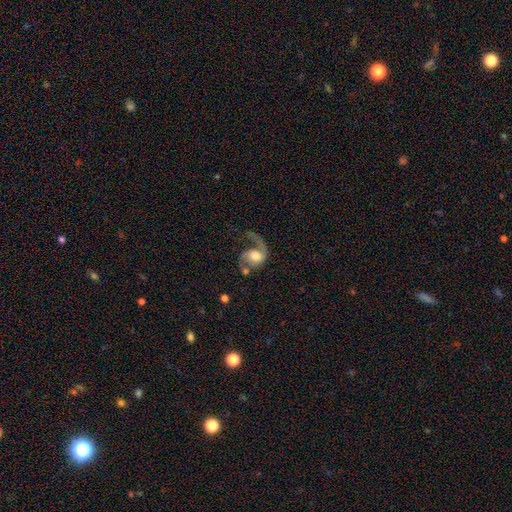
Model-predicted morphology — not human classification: smooth_or_featured: featured or disk (p=0.78) [alt: smooth p=0.15]
disk_edge_on: no (p=0.97) [alt: yes p=0.03]
bar: no (p=0.60) [alt: weak p=0.32]
has_spiral_arms: yes (p=0.94) [alt: no p=0.06]
spiral_winding: loose (p=0.58) [alt: medium p=0.33]
spiral_arm_count: 1 (p=0.48) [alt: 2 p=0.47]
bulge_size: moderate (p=0.42) [alt: large p=0.36]
merging: major disturbance (p=0.37) [tied with: none p=0.37]